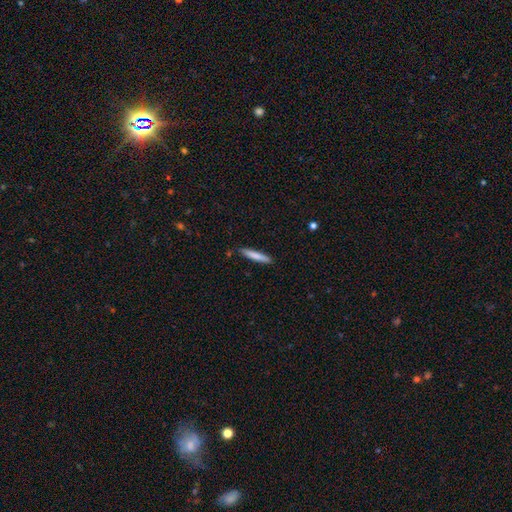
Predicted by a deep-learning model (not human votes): A smooth galaxy with no disk features (78%) that is cigar-shaped (93%).

Vote fractions:
- Smooth or featured? smooth: 78% / featured or disk: 17% / star or artifact: 5%
- How rounded? cigar-shaped: 93% / in between: 6% / round: 1%
- Merging? none: 88% / minor disturbance: 9% / major disturbance: 2% / merger: 2%